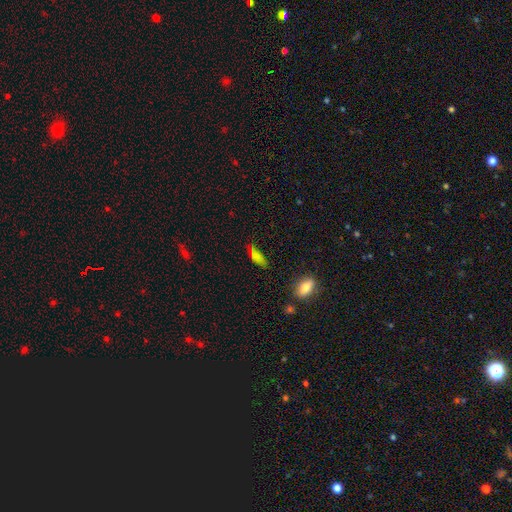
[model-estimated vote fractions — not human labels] Smooth or featured: smooth — 76% (star or artifact — 14%)
How rounded: in between — 64% (cigar-shaped — 32%)
Merging: none — 59% (minor disturbance — 28%)